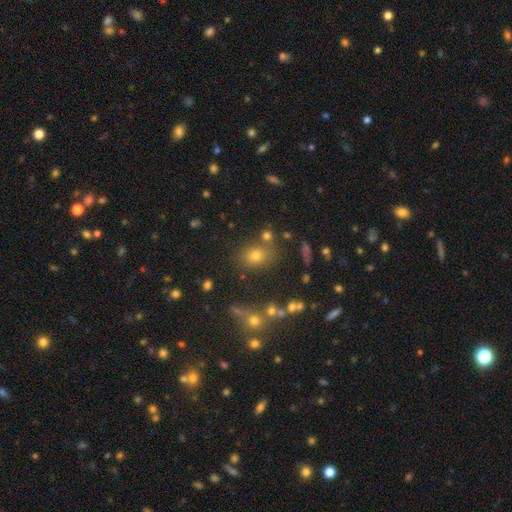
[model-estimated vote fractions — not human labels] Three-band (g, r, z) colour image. It shows a smooth galaxy with no disk features (66%) that is round (51%). Merging: none (74%).